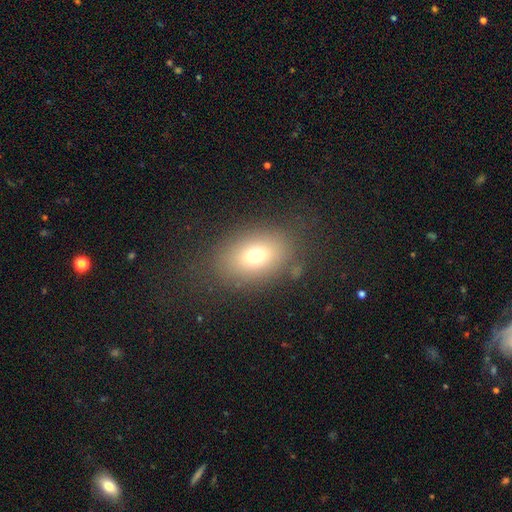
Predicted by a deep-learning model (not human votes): Q: Smooth or featured?
A: smooth (72%); runner-up: featured or disk (14%)
Q: How rounded?
A: in between (73%); runner-up: round (25%)
Q: Merging?
A: none (80%); runner-up: minor disturbance (11%)